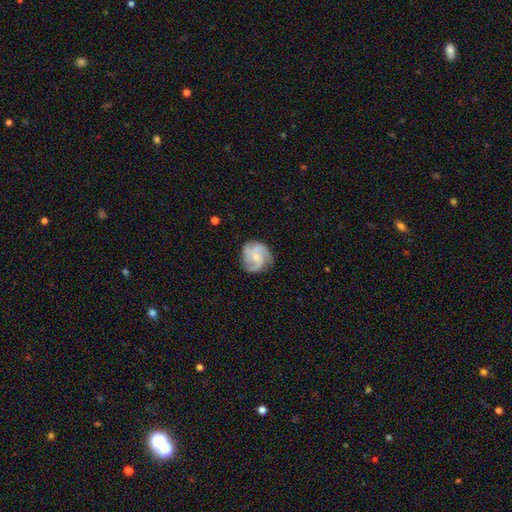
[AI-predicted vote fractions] Smooth or featured? featured or disk (81%)
Edge-on disk? no (98%)
Bar? no (67%)
Spiral arms? yes (97%)
Spiral winding? medium (52%)
Spiral arm count? 3 (66%)
Bulge size? small (64%)
Merging? none (74%)